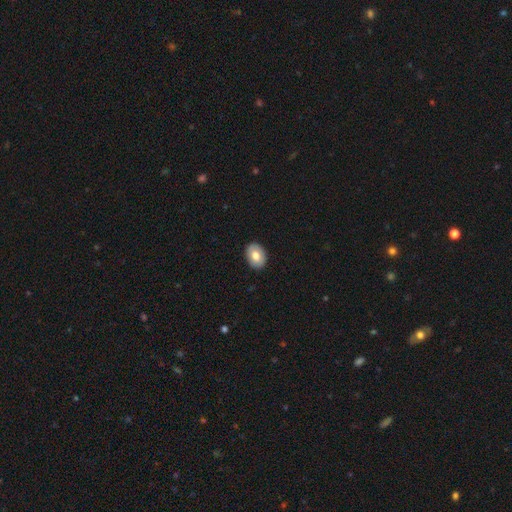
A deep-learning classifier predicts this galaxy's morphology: Smooth or featured?
  - smooth: 73% *
  - featured or disk: 20%
  - star or artifact: 7%
How rounded?
  - in between: 73% *
  - round: 26%
  - cigar-shaped: 1%
Merging?
  - none: 89% *
  - minor disturbance: 8%
  - major disturbance: 2%
  - merger: 1%